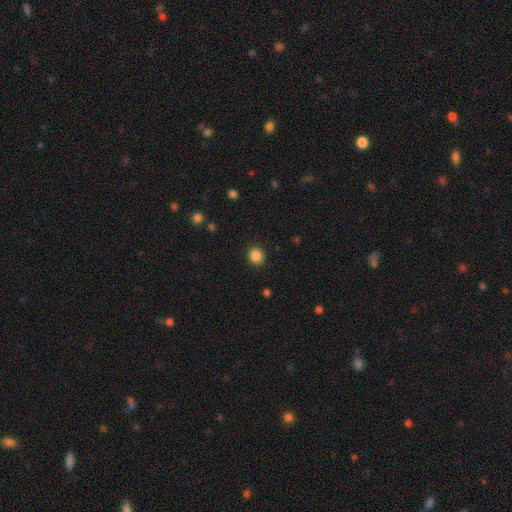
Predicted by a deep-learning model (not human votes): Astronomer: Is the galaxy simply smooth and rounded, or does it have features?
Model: smooth — 87%.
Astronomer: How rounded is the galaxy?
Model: round — 77%.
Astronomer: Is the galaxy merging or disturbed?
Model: none — 90%.